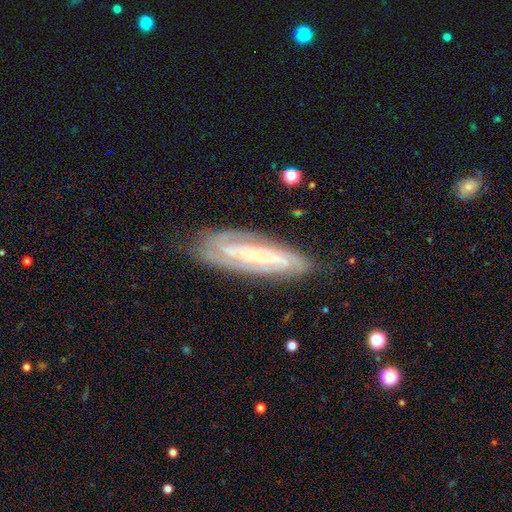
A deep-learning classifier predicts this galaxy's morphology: Smooth or featured: featured or disk — 83% (smooth — 10%)
Edge-on disk: no — 84% (yes — 16%)
Bar: no — 53% (weak — 27%)
Spiral arms: yes — 93% (no — 7%)
Spiral winding: tight — 66% (medium — 28%)
Spiral arm count: 2 — 39% (can't tell — 31%)
Bulge size: small — 73% (moderate — 24%)
Merging: none — 79% (minor disturbance — 16%)